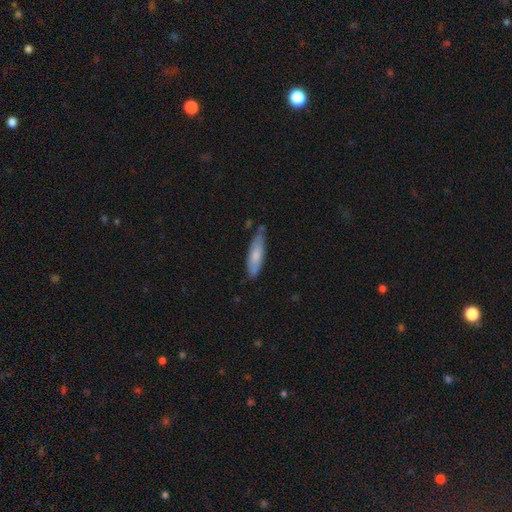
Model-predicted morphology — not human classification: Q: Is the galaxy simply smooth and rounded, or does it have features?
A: smooth — 73%.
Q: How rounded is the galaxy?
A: cigar-shaped — 63%.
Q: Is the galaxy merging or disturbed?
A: none — 65%.